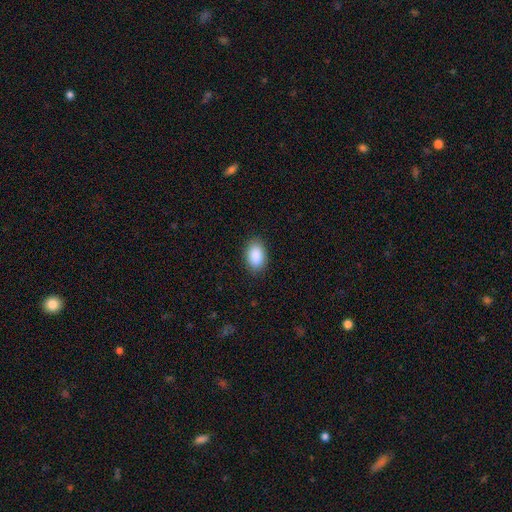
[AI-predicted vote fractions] Smooth or featured? smooth (90%)
How rounded? in between (91%)
Merging? none (88%)